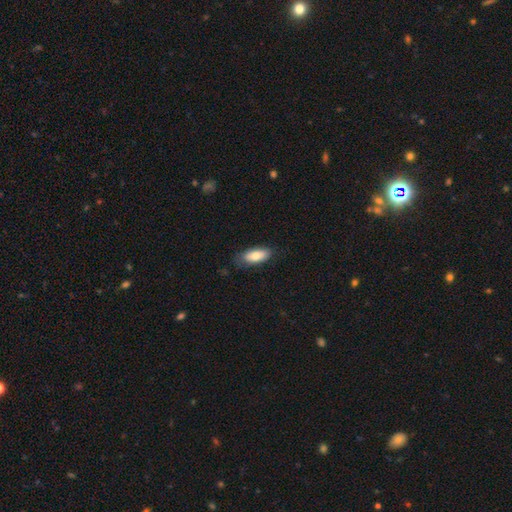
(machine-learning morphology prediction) Smooth or featured? Predicted: smooth (p=0.77). How rounded? Predicted: in between (p=0.84). Merging? Predicted: none (p=0.75).